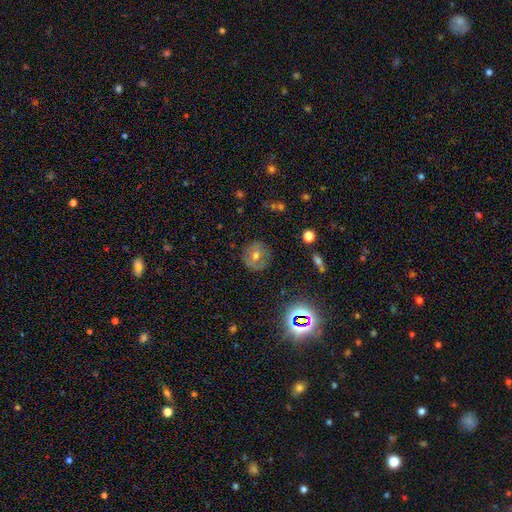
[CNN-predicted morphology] Q: Smooth or featured?
A: smooth (45%); runner-up: featured or disk (37%)
Q: Merging?
A: none (83%); runner-up: minor disturbance (12%)